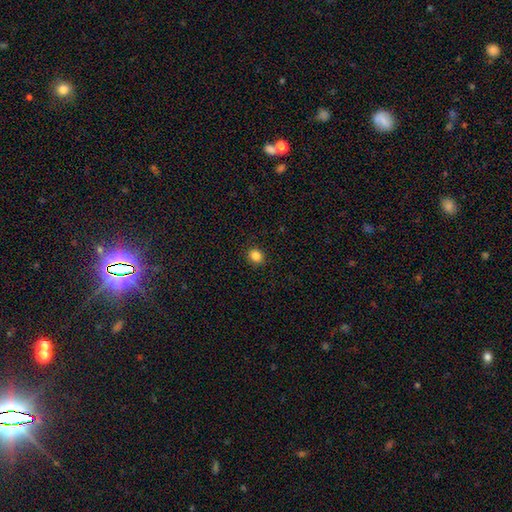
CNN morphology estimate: smooth-or-featured: smooth: 85% | star or artifact: 11% | featured or disk: 4%
  how-rounded: round: 69% | in between: 30% | cigar-shaped: 1%
  merging: none: 91% | minor disturbance: 6% | major disturbance: 2% | merger: 1%